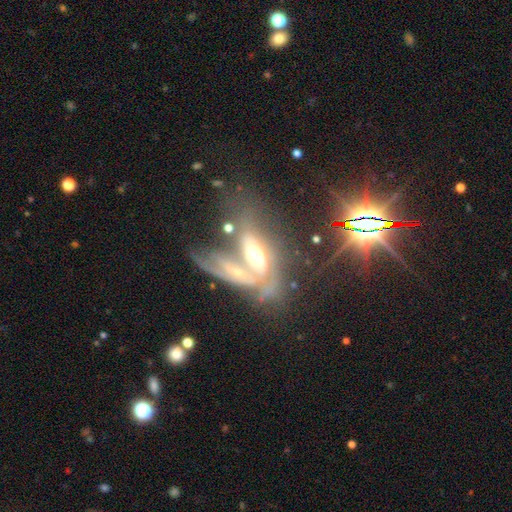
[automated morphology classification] A featured or disk galaxy (61%). Merging: merger (52%).